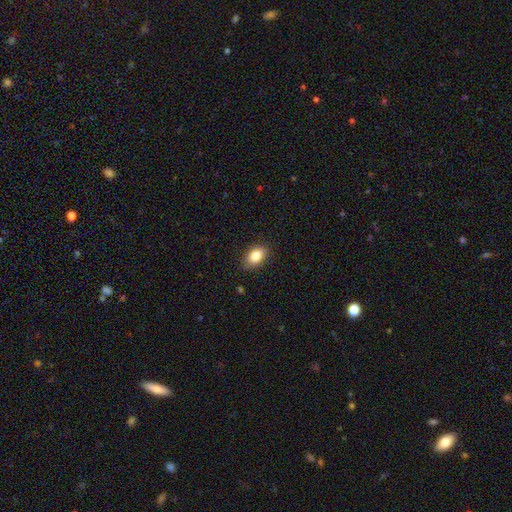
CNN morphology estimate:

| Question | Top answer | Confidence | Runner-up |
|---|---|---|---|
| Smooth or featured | smooth | 85% | star or artifact (8%) |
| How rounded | in between | 86% | round (13%) |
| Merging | none | 84% | minor disturbance (13%) |